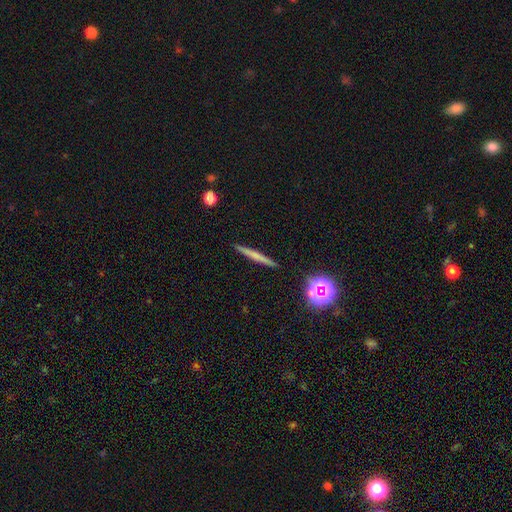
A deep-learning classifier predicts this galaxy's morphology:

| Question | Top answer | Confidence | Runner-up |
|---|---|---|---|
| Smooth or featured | smooth | 49% | featured or disk (41%) |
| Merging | none | 91% | minor disturbance (6%) |